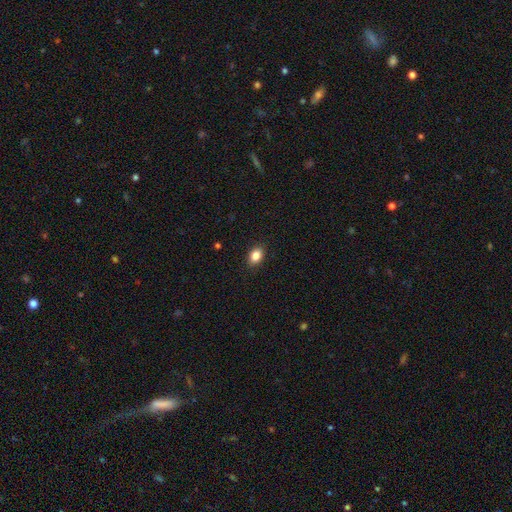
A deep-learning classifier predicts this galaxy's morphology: This is clearly a smooth galaxy (86%). How rounded: likely in between (77%). Merging: clearly none (90%).